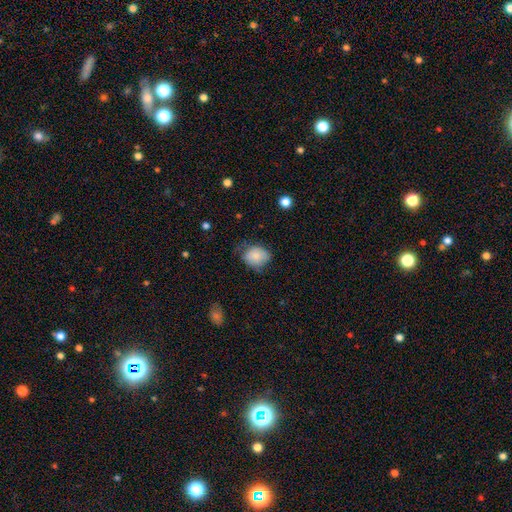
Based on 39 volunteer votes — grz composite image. It shows a smooth galaxy with no disk features (87%) that is in between round and cigar-shaped (53%). Merging: none (55%).